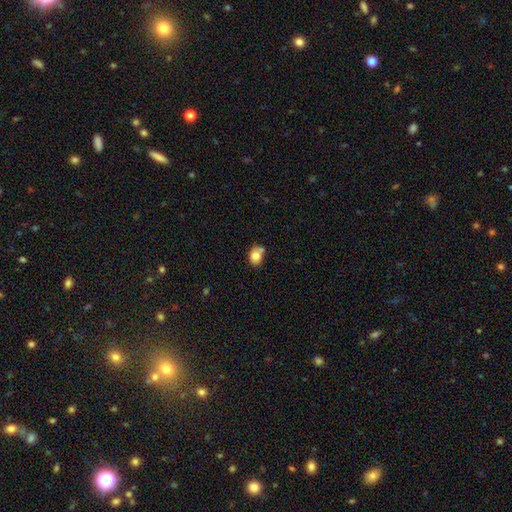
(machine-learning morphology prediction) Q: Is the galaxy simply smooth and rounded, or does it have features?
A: smooth — 81%.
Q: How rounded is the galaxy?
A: in between — 61%.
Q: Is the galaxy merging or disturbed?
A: none — 54%.